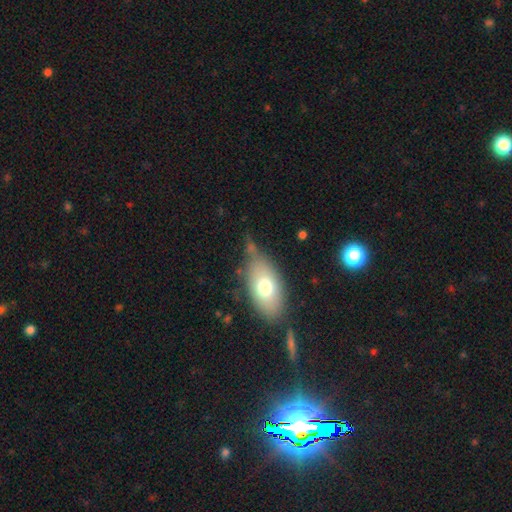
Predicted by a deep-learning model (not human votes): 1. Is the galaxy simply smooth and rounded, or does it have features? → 69% smooth, 21% featured or disk, 9% star or artifact.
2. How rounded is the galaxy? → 87% in between, 7% round, 6% cigar-shaped.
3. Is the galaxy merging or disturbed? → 64% none, 22% minor disturbance, 8% merger, 6% major disturbance.